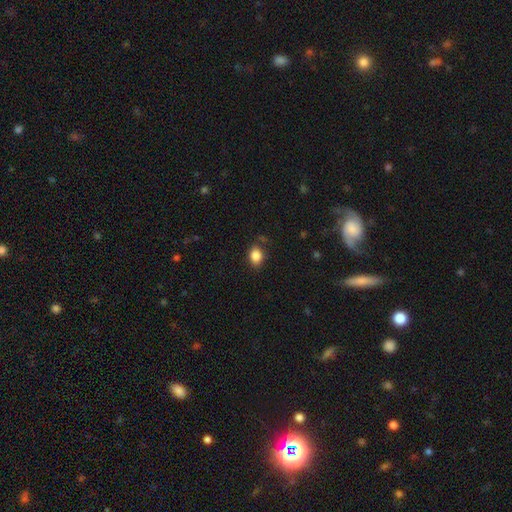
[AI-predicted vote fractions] Smooth or featured: smooth — 85% (star or artifact — 9%)
How rounded: in between — 68% (round — 30%)
Merging: none — 79% (minor disturbance — 15%)